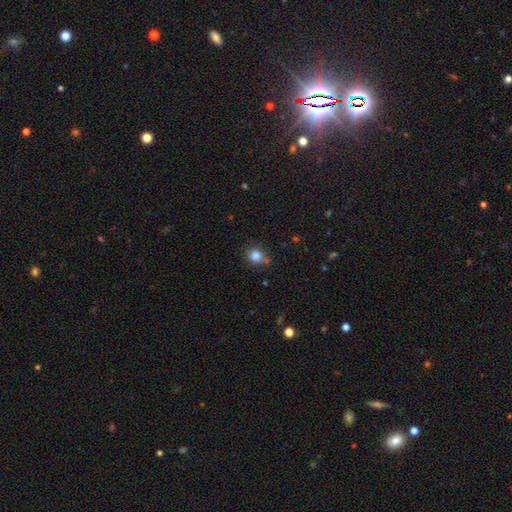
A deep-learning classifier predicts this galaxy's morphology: The model was most divided on "merging": none: 64%, minor disturbance: 20%, merger: 10%, major disturbance: 5%. More confident: smooth or featured — smooth (83%); how rounded — round (81%).